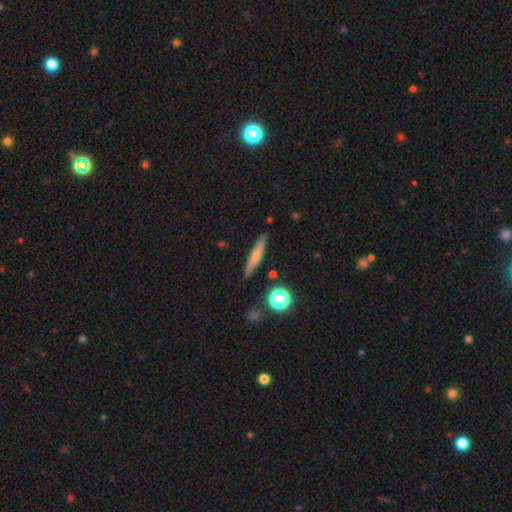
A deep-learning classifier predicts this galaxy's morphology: A smooth galaxy with no disk features (57%) that is cigar-shaped (90%).

Vote fractions:
- Smooth or featured? smooth: 57% / featured or disk: 35% / star or artifact: 9%
- How rounded? cigar-shaped: 90% / in between: 7% / round: 3%
- Merging? none: 88% / minor disturbance: 8% / major disturbance: 2% / merger: 2%